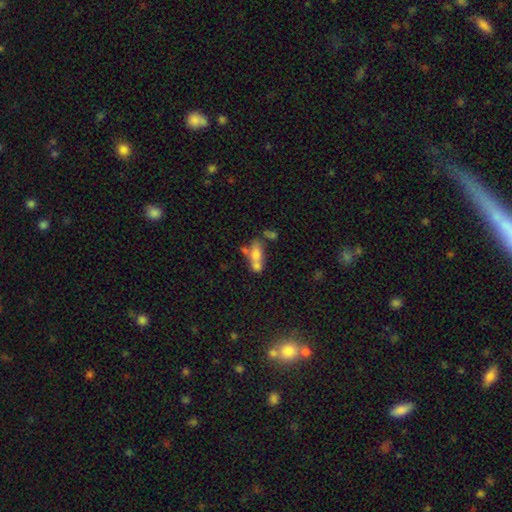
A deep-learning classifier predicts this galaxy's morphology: A smooth galaxy with no disk features (61%) that is in between round and cigar-shaped (74%).

Vote fractions:
- Smooth or featured? smooth: 61% / featured or disk: 28% / star or artifact: 11%
- How rounded? in between: 74% / cigar-shaped: 16% / round: 10%
- Merging? merger: 52% / none: 28% / minor disturbance: 12% / major disturbance: 9%